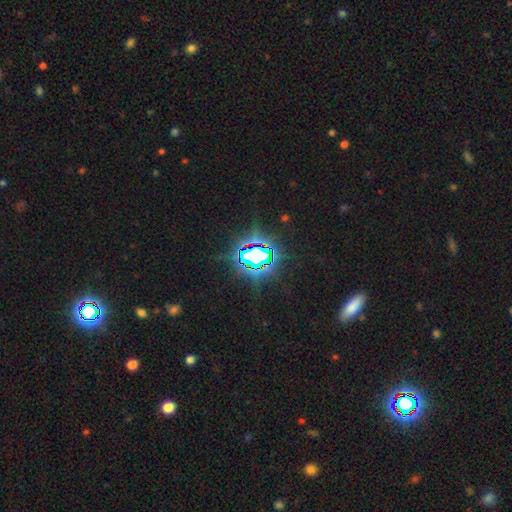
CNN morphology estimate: Smooth or featured? Predicted: star or artifact (p=0.79).